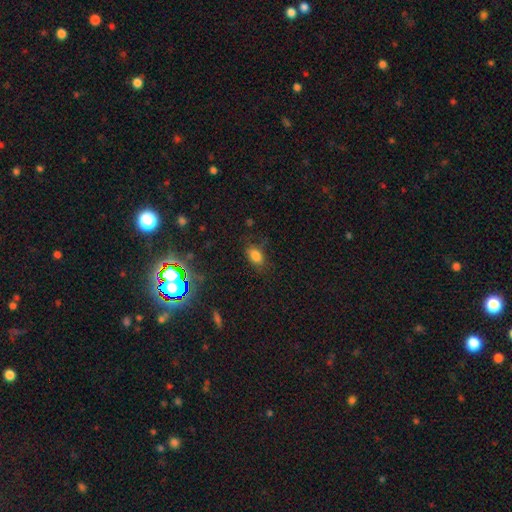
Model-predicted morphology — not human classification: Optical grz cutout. It shows a smooth galaxy with no disk features (76%) that is in between round and cigar-shaped (82%). Merging: none (73%).